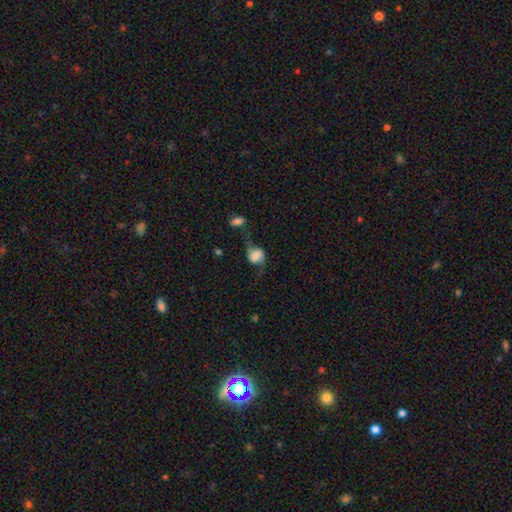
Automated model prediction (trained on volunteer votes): Q: Smooth or featured?
A: featured or disk (59%); runner-up: smooth (31%)
Q: Edge-on disk?
A: no (95%); runner-up: yes (5%)
Q: Bar?
A: no (44%); runner-up: weak (37%)
Q: Spiral arms?
A: yes (88%); runner-up: no (12%)
Q: Bulge size?
A: large (29%); runner-up: none (22%)
Q: Merging?
A: none (45%); runner-up: major disturbance (22%)